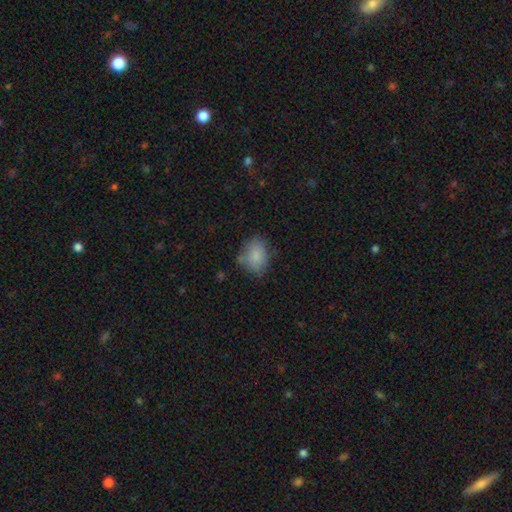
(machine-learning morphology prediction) type=smooth (82%); roundness=in between (65%); merging=none (64%).